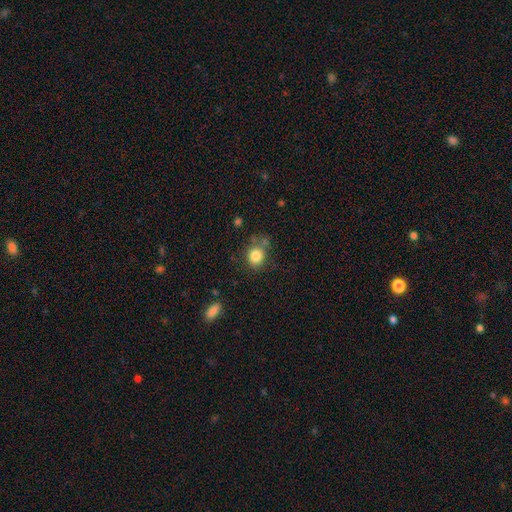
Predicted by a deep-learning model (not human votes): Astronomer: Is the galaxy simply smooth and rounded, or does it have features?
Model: smooth — 84%.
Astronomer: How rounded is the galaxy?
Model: round — 72%.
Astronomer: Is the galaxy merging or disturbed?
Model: none — 67%.